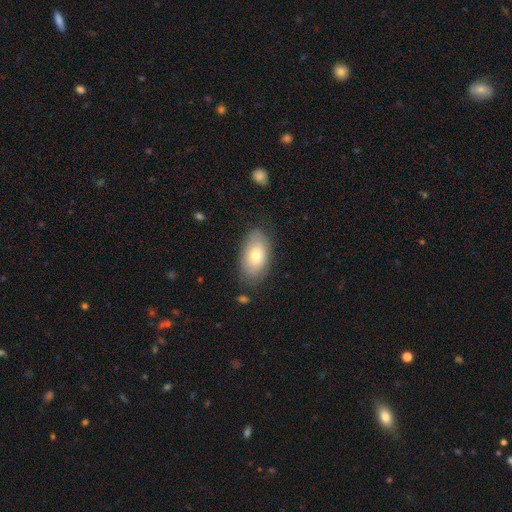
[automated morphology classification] type=smooth (69%); roundness=in between (93%); merging=none (79%).